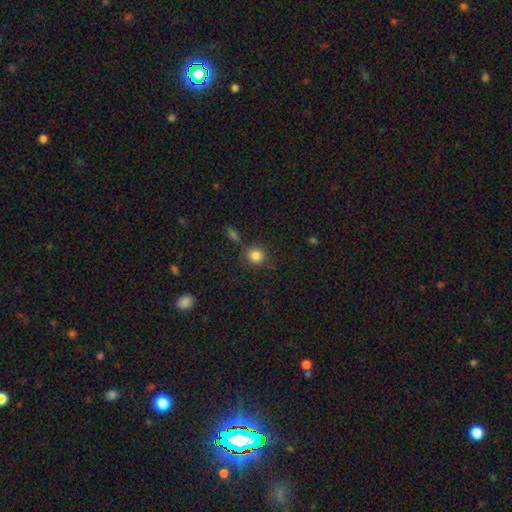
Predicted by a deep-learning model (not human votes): Smooth or featured: smooth — 84% (star or artifact — 11%)
How rounded: round — 91% (in between — 8%)
Merging: none — 81% (minor disturbance — 10%)